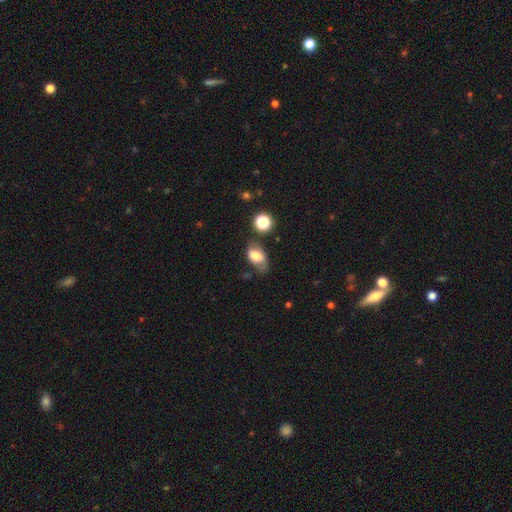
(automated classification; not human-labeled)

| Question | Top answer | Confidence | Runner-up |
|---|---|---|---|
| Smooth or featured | smooth | 69% | featured or disk (21%) |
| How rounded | in between | 87% | round (12%) |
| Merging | none | 47% | minor disturbance (32%) |